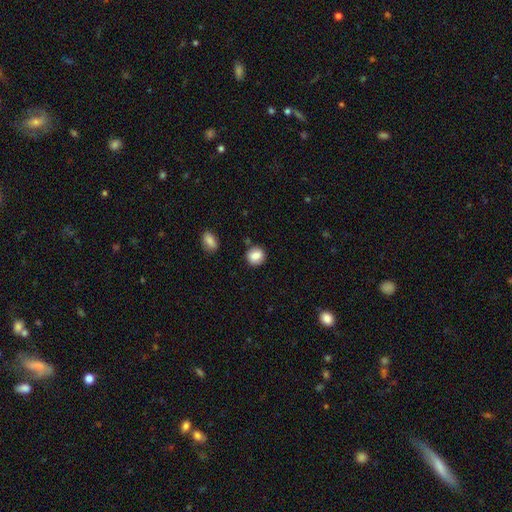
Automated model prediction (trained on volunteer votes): The model was most divided on "how rounded": round: 82%, in between: 17%, cigar-shaped: 1%. More confident: merging — none (84%); smooth or featured — smooth (83%).